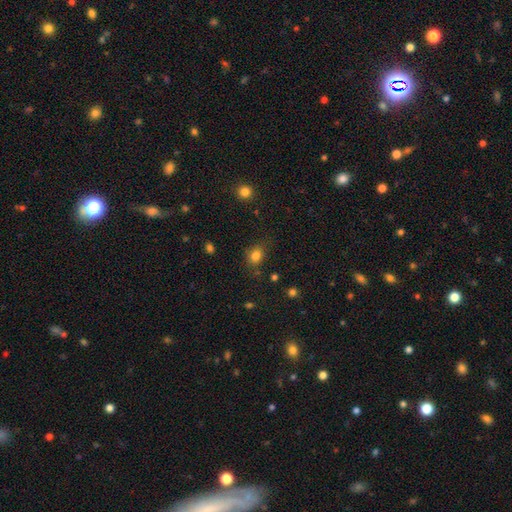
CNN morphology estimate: A smooth galaxy with no disk features (81%) that is in between round and cigar-shaped (50%).

Vote fractions:
- Smooth or featured? smooth: 81% / star or artifact: 13% / featured or disk: 6%
- How rounded? in between: 50% / round: 49% / cigar-shaped: 1%
- Merging? none: 73% / minor disturbance: 19% / major disturbance: 5% / merger: 3%